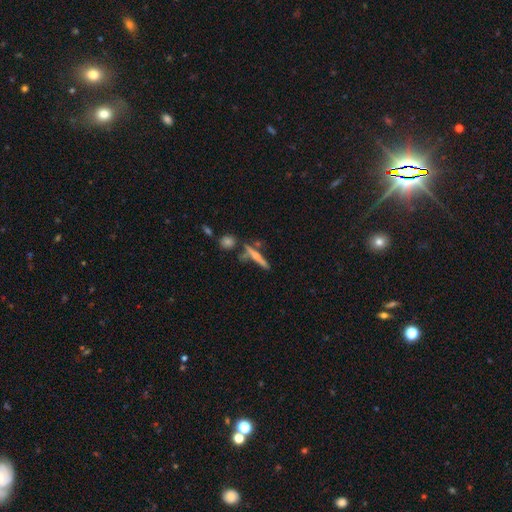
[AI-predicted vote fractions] A featured or disk galaxy (51%) viewed edge-on (94%). Merging: none (70%).